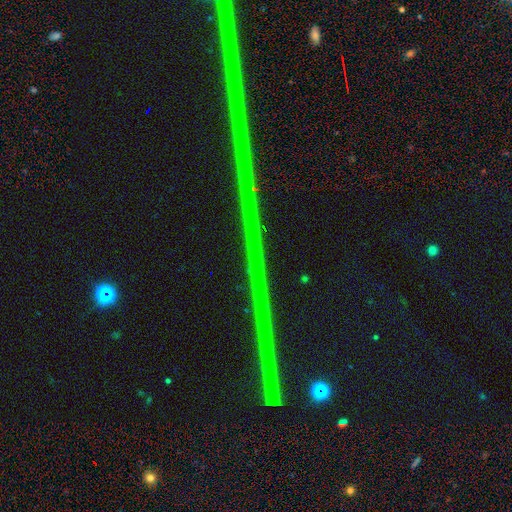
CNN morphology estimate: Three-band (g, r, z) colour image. It shows a star or artifact, not a galaxy (88%).